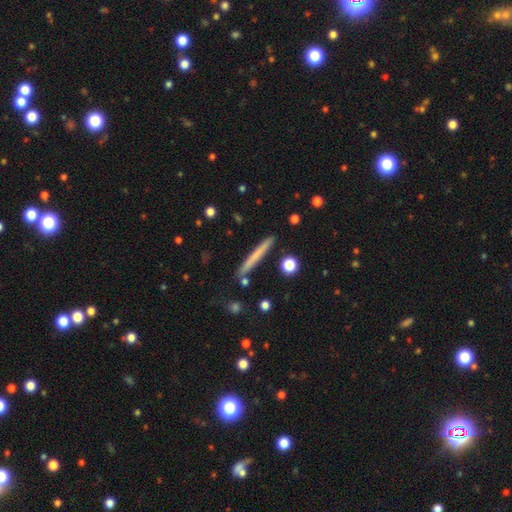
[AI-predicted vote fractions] Smooth or featured?
  - smooth: 63% *
  - featured or disk: 30%
  - star or artifact: 7%
How rounded?
  - cigar-shaped: 96% *
  - in between: 2%
  - round: 1%
Merging?
  - none: 88% *
  - minor disturbance: 8%
  - merger: 2%
  - major disturbance: 2%